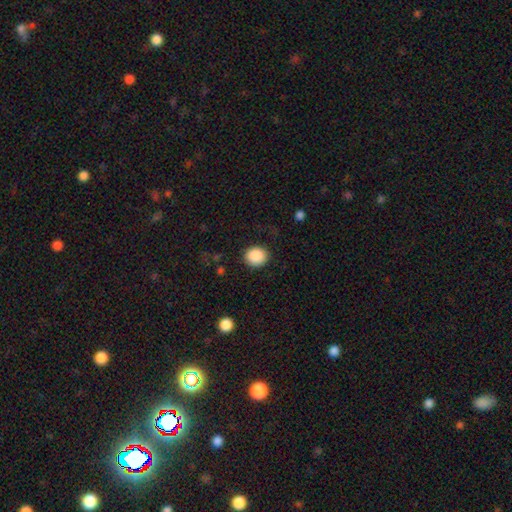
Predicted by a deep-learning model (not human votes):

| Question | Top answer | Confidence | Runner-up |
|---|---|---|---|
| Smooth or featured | smooth | 89% | star or artifact (8%) |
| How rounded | round | 80% | in between (19%) |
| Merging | none | 87% | minor disturbance (8%) |